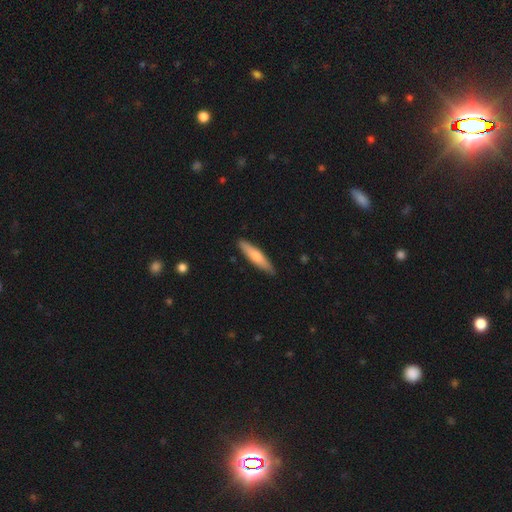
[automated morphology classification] type=smooth (69%); roundness=cigar-shaped (85%); merging=none (88%).